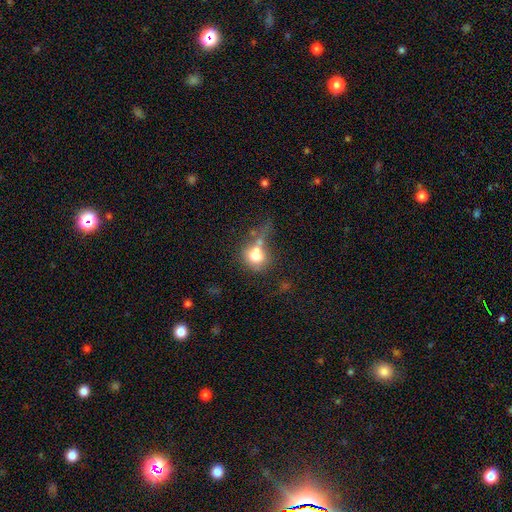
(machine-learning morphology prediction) Smooth or featured? smooth (71%)
How rounded? round (70%)
Merging? merger (32%)